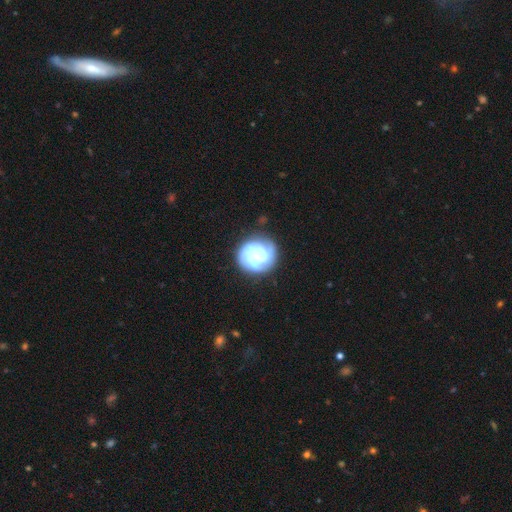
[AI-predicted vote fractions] The model was most divided on "bulge size": small: 38%, moderate: 28%, none: 18%, large: 13%, dominant: 3%. Remaining: edge-on disk — no (98%); spiral arms — yes (93%); merging — none (74%); smooth or featured — featured or disk (70%); bar — no (59%); spiral winding — tight (56%); spiral arm count — 3 (40%).